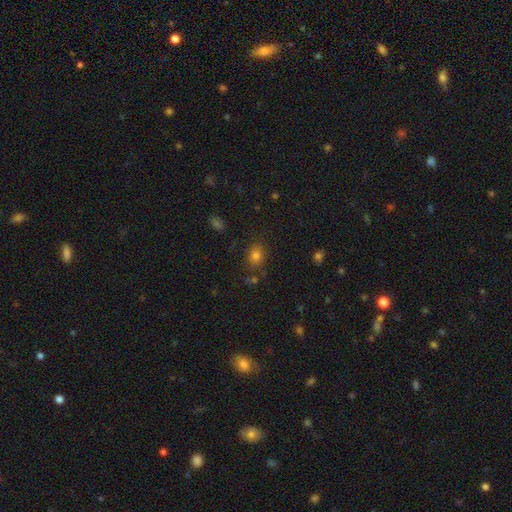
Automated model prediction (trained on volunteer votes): Smooth or featured? smooth (77%)
How rounded? round (60%)
Merging? none (80%)